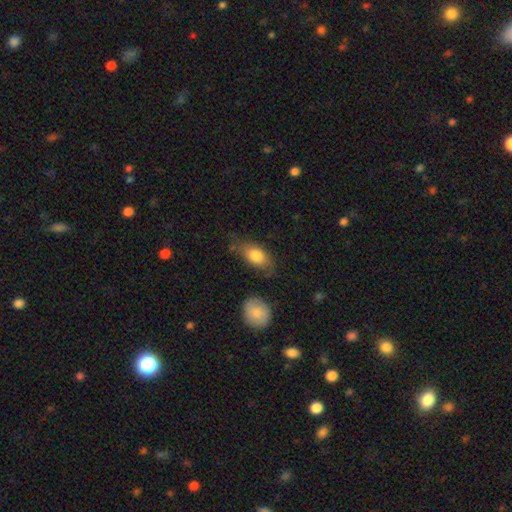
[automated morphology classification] type=smooth (79%); roundness=in between (85%); merging=none (64%).